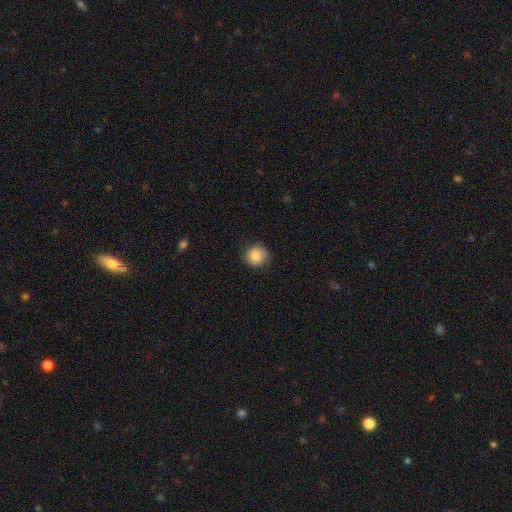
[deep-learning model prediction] The model was most divided on "merging": none: 81%, minor disturbance: 14%, major disturbance: 4%, merger: 1%. More confident: how rounded — round (90%); smooth or featured — smooth (87%).